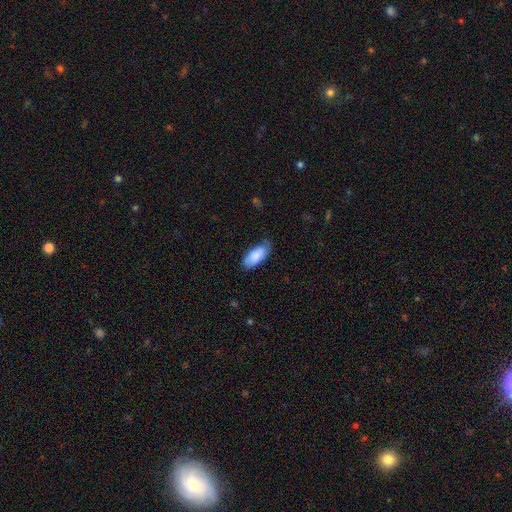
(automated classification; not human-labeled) Q: Smooth or featured?
A: smooth (86%); runner-up: featured or disk (8%)
Q: How rounded?
A: in between (87%); runner-up: cigar-shaped (11%)
Q: Merging?
A: none (70%); runner-up: minor disturbance (25%)